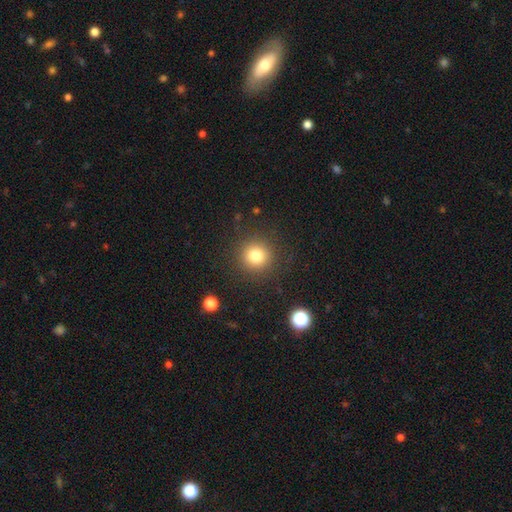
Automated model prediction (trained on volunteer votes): This appears to be a smooth galaxy with no disk features (80%) that is round (94%). Merging: none (89%).